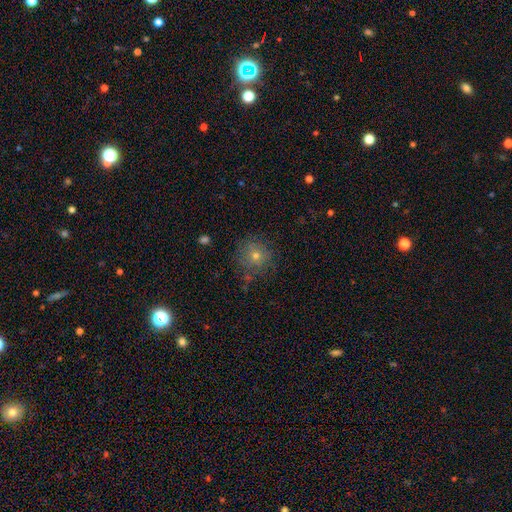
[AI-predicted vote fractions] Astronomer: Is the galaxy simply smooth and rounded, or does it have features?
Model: smooth — 61%.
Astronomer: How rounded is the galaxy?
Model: round — 92%.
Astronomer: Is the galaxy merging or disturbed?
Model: none — 79%.